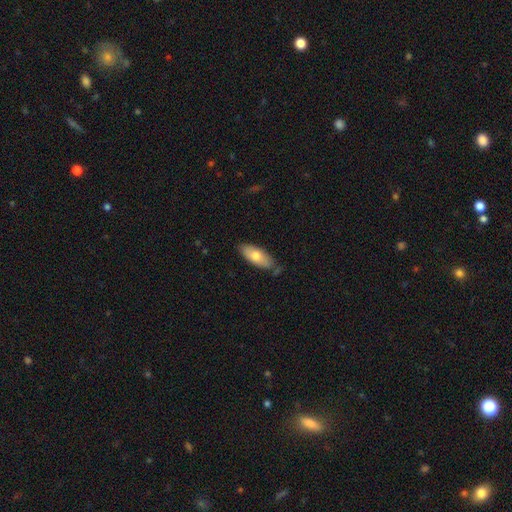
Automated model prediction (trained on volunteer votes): Smooth or featured: smooth — 71% (featured or disk — 23%)
How rounded: in between — 80% (cigar-shaped — 18%)
Merging: none — 73% (minor disturbance — 19%)